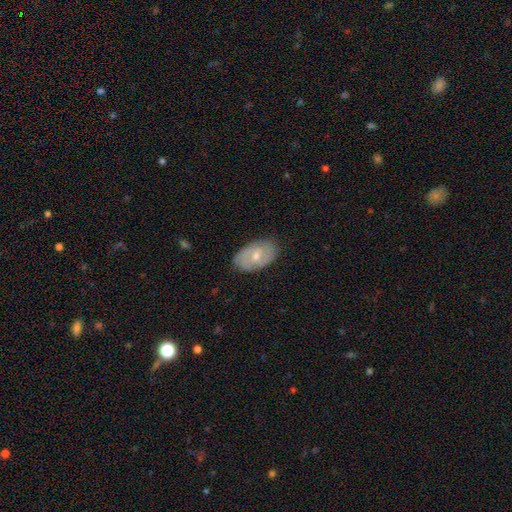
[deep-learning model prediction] smooth-or-featured: featured or disk: 52% | smooth: 41% | star or artifact: 6%
  disk-edge-on: no: 93% | yes: 7%
  merging: none: 80% | minor disturbance: 16% | major disturbance: 3% | merger: 1%